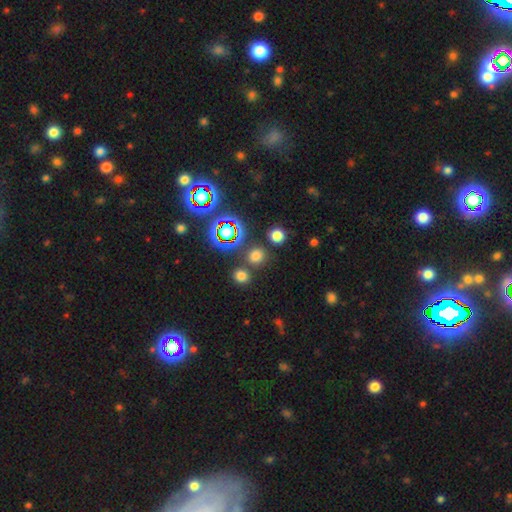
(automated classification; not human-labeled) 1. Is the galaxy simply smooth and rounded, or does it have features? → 68% smooth, 25% star or artifact, 6% featured or disk.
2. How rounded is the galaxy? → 80% round, 19% in between, 1% cigar-shaped.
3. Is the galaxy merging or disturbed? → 79% none, 10% merger, 8% minor disturbance, 3% major disturbance.